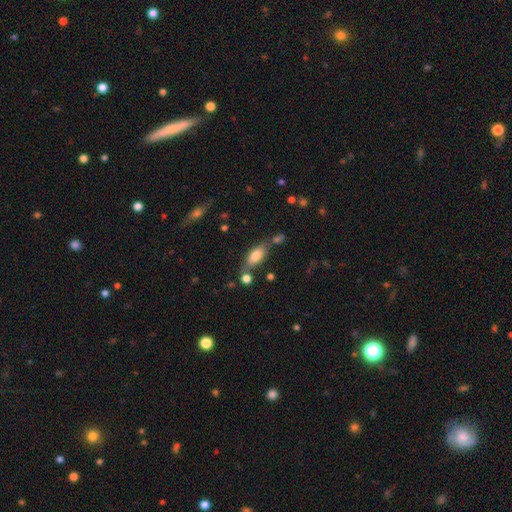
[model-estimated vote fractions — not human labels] Smooth or featured? smooth (75%)
How rounded? in between (81%)
Merging? none (60%)